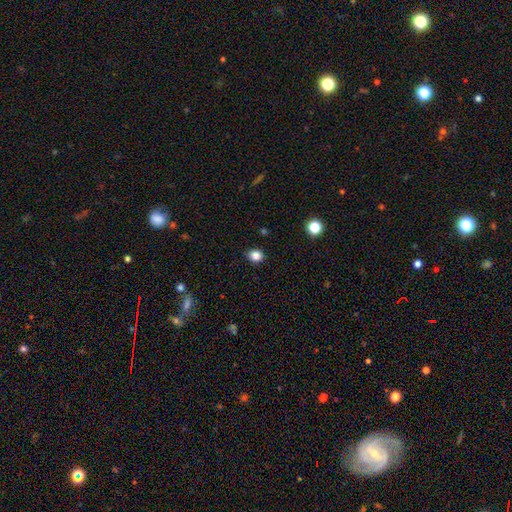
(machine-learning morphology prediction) Overall: smooth (84%). How rounded: round (56%; in between 43%). Merging: none (88%).